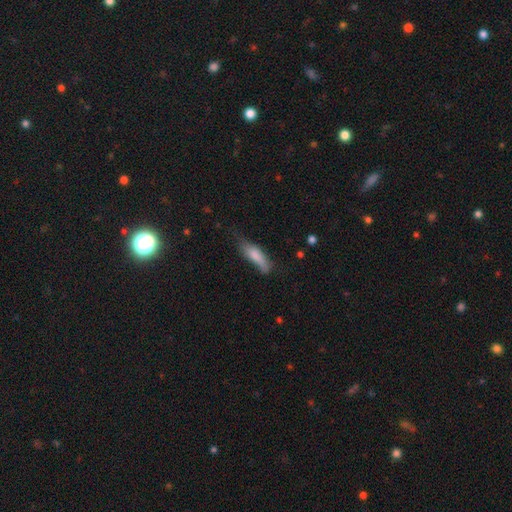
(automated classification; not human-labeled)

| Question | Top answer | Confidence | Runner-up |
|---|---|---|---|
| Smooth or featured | smooth | 77% | featured or disk (17%) |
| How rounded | cigar-shaped | 52% | in between (46%) |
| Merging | none | 44% | minor disturbance (38%) |